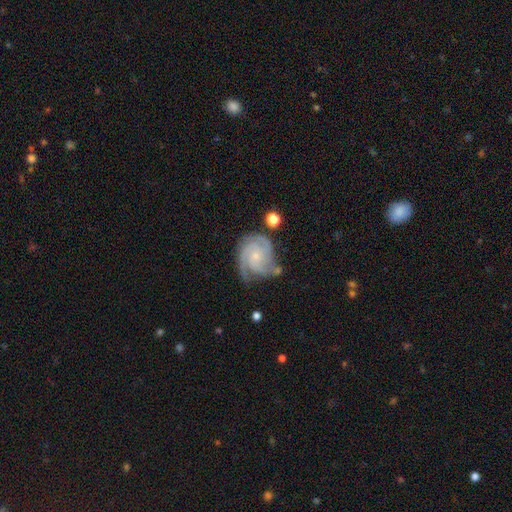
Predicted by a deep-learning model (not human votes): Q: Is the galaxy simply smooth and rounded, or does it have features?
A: featured or disk — 88%.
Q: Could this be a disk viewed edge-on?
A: no — 98%.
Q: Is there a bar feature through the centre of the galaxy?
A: no — 73%.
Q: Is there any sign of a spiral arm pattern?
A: yes — 98%.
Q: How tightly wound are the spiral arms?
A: tight — 61%.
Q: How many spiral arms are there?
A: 3 — 54%.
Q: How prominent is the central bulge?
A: small — 74%.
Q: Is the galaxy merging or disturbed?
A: none — 64%.